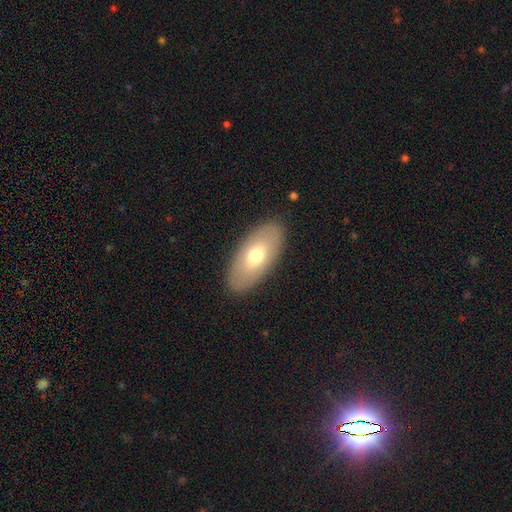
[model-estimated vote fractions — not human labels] A smooth galaxy with no disk features (65%) that is in between round and cigar-shaped (92%). Merging: none (87%).